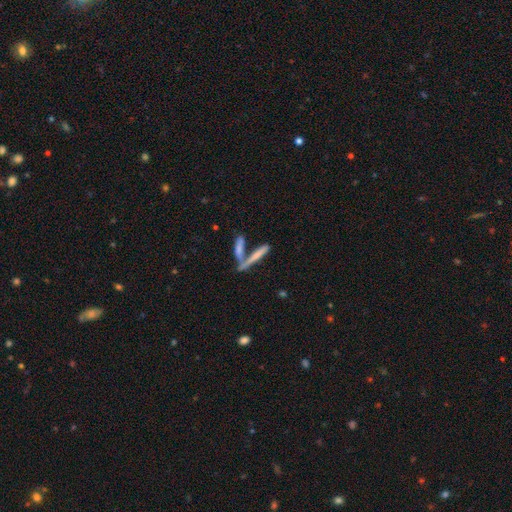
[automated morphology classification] Overall: smooth (56%; featured or disk 35%). How rounded: cigar-shaped (88%). Merging: none (44%; merger 43%).